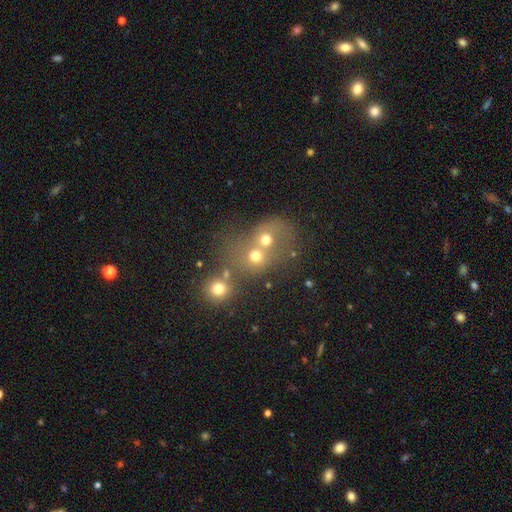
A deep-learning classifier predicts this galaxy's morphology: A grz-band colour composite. It shows a smooth galaxy with no disk features (54%) that is round (69%). Merging: merger (62%).